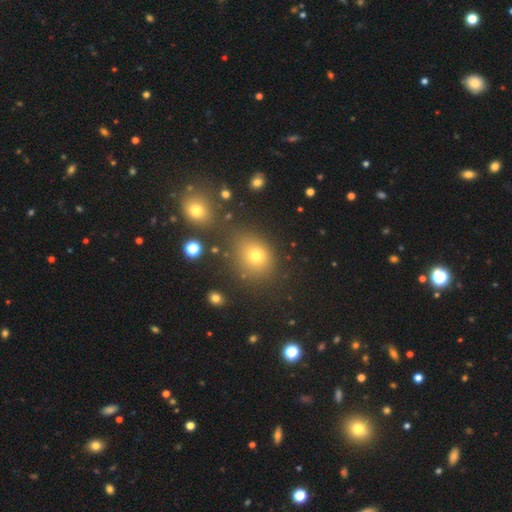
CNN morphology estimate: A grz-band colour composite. It shows a smooth galaxy with no disk features (71%) that is round (68%). Merging: none (74%).